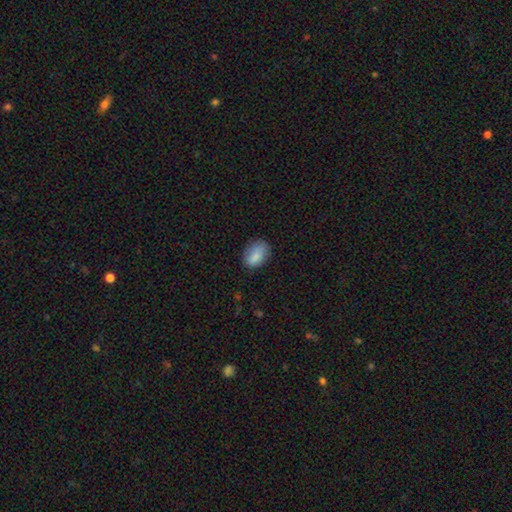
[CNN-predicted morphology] This appears to be a smooth galaxy with no disk features (85%) that is in between round and cigar-shaped (84%). Merging: none (70%).